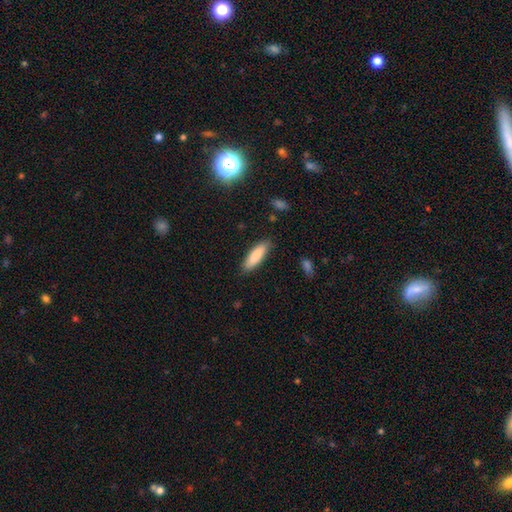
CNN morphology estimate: This appears to be a smooth galaxy with no disk features (85%) that is cigar-shaped (53%). Merging: none (83%).